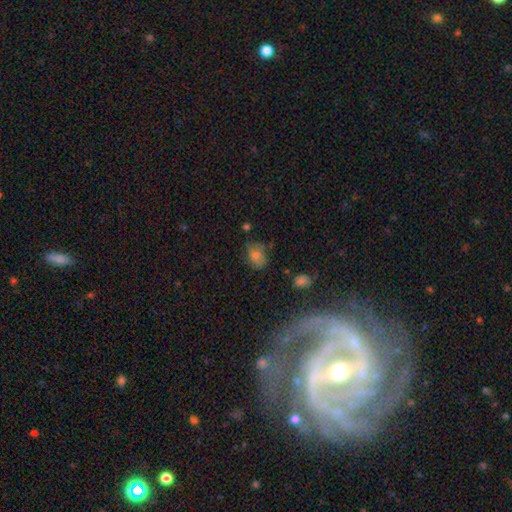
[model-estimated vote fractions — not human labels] Morphology: type=smooth (74%); roundness=in between (69%); merging=none (65%).